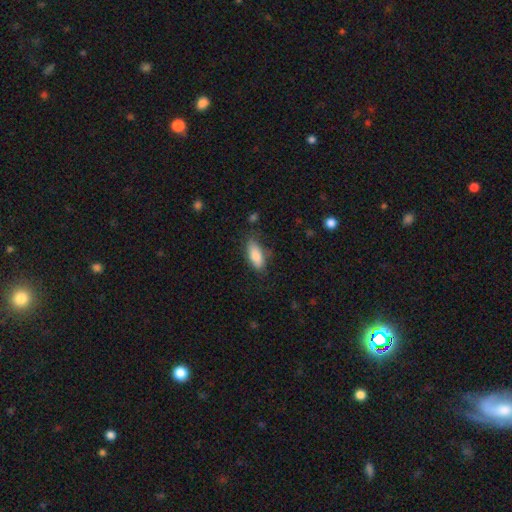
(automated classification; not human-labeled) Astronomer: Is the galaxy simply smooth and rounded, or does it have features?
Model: smooth — 83%.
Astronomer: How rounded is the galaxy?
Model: in between — 81%.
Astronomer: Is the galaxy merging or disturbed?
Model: none — 72%.